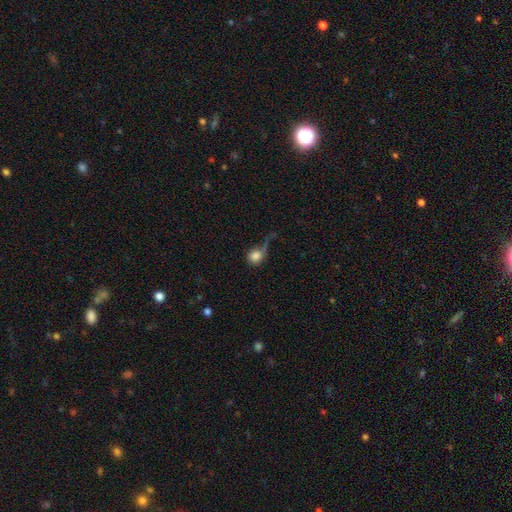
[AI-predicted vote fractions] Smooth or featured?
  - smooth: 81% *
  - featured or disk: 10%
  - star or artifact: 9%
How rounded?
  - round: 79% *
  - in between: 20%
  - cigar-shaped: 1%
Merging?
  - none: 36% *
  - major disturbance: 30%
  - minor disturbance: 25%
  - merger: 8%